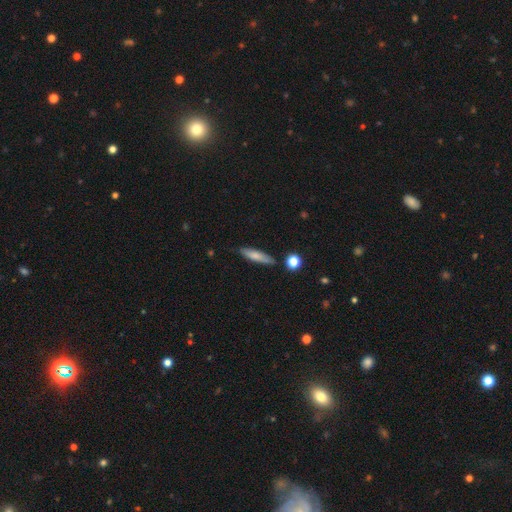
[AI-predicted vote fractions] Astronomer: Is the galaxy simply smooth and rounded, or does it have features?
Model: smooth — 73%.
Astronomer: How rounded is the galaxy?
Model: cigar-shaped — 77%.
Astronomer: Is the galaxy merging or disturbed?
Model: none — 83%.